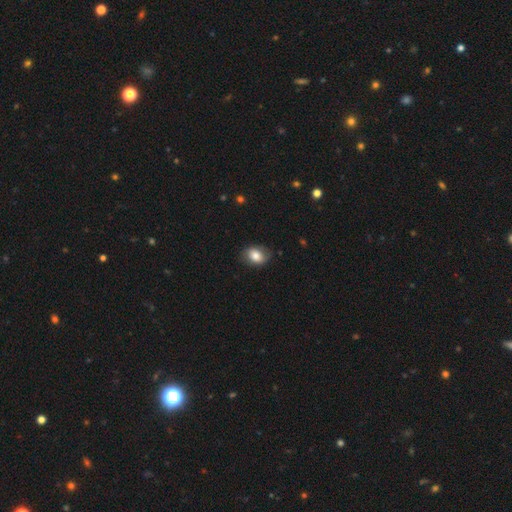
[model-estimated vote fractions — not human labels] Smooth or featured: smooth — 78% (featured or disk — 14%)
How rounded: in between — 67% (round — 32%)
Merging: none — 77% (minor disturbance — 18%)